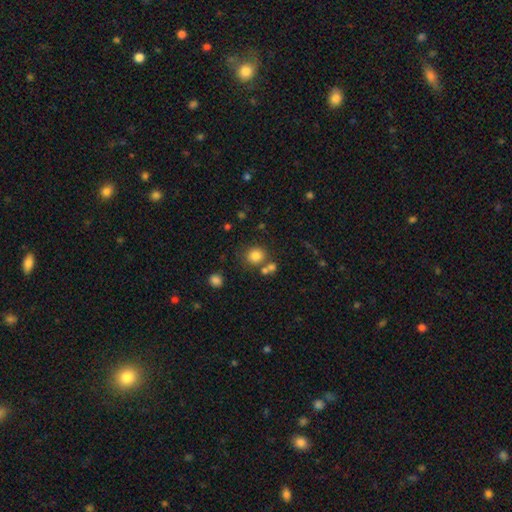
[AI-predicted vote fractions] This is clearly a smooth galaxy (81%). How rounded: clearly round (86%). Merging: likely none (69%).